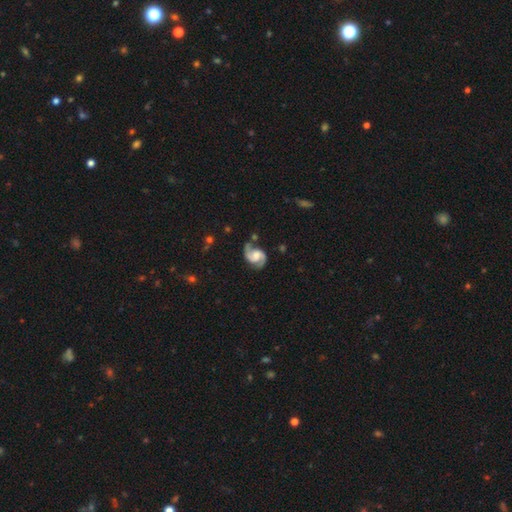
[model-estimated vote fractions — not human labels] smooth-or-featured: featured or disk: 89% | smooth: 6% | star or artifact: 5%
  disk-edge-on: no: 98% | yes: 2%
    bar: no: 50% | weak: 39% | strong: 11%
    has-spiral-arms: yes: 98% | no: 2%
      spiral-winding: medium: 55% | loose: 28% | tight: 17%
      spiral-arm-count: 2: 93% | can't tell: 2% | 1: 2% | 3: 1% | 4: 1% | more than 4: 1%
    bulge-size: moderate: 47% | small: 24% | large: 14% | none: 13% | dominant: 2%
  merging: none: 71% | minor disturbance: 17% | major disturbance: 7% | merger: 5%